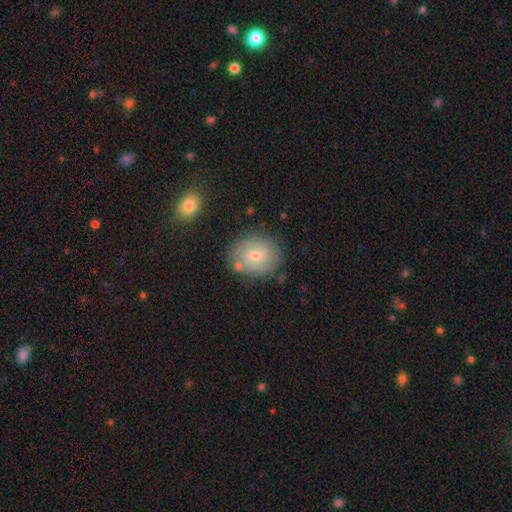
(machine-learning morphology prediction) The model was most divided on "how rounded": round: 63%, in between: 36%, cigar-shaped: 1%. More confident: merging — none (75%); smooth or featured — smooth (60%).